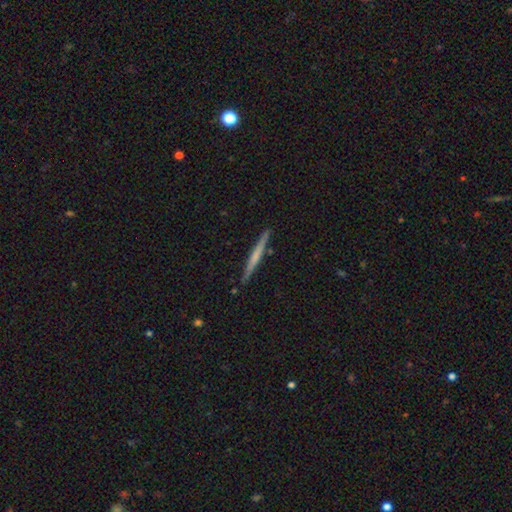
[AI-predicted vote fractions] This appears to be a featured or disk galaxy (52%) viewed edge-on (98%) with no central bulge (67%). Merging: none (90%).